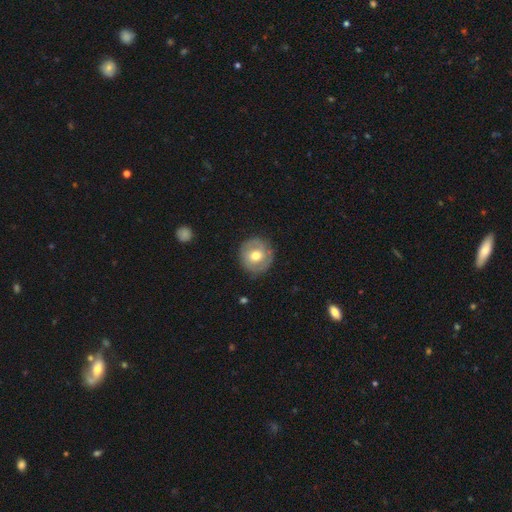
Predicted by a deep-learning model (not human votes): smooth-or-featured: smooth: 50% | featured or disk: 43% | star or artifact: 7%
  how-rounded: round: 91% | in between: 8% | cigar-shaped: 1%
  merging: none: 83% | minor disturbance: 12% | major disturbance: 4% | merger: 1%